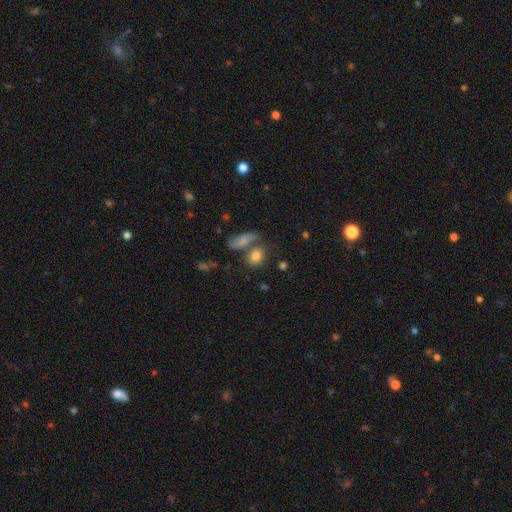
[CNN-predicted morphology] smooth 80%, star or artifact 10%, featured or disk 10%. Down the decision tree: how rounded — in between (64%); merging — none (55%).